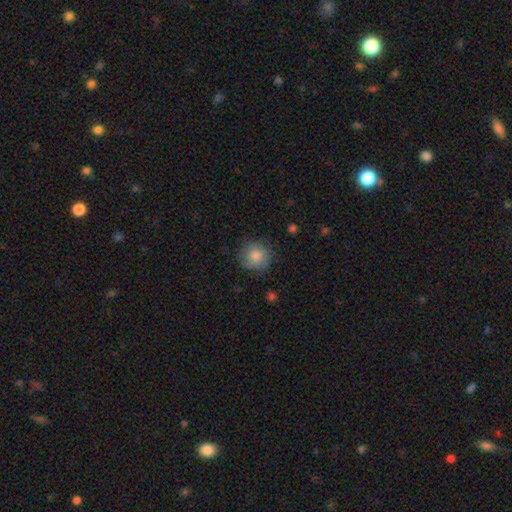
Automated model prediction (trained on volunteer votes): Q: Smooth or featured?
A: smooth (80%); runner-up: featured or disk (11%)
Q: How rounded?
A: round (91%); runner-up: in between (8%)
Q: Merging?
A: none (78%); runner-up: minor disturbance (17%)